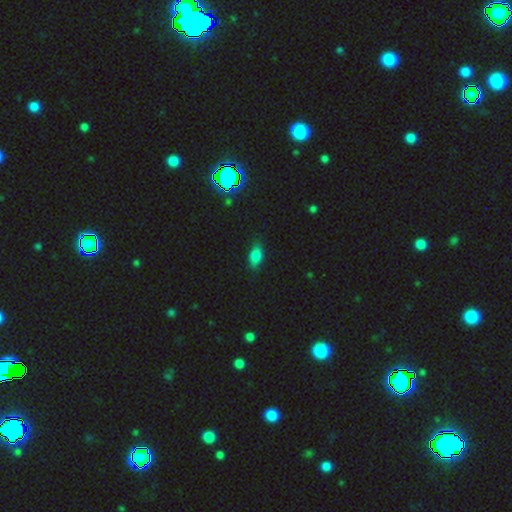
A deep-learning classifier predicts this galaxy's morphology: This appears to be a smooth galaxy with no disk features (77%) that is in between round and cigar-shaped (86%). Merging: none (79%).